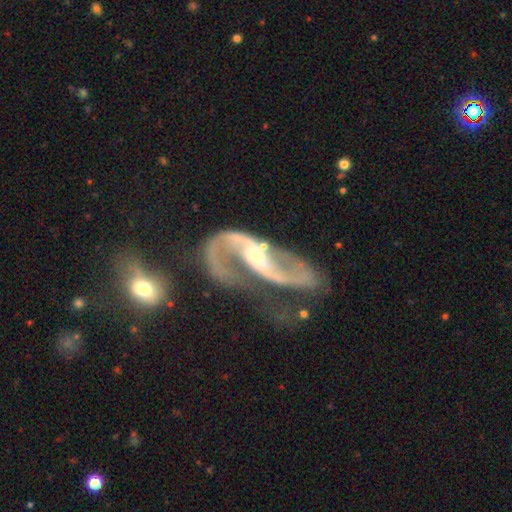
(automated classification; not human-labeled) This is clearly a featured or disk galaxy (91%). It is clearly not viewed edge-on (96%). Bar: marginally no (39%). Spiral arm pattern: clearly yes (95%). Spiral arm count: clearly 2 (86%). Spiral winding: possibly loose (58%). Central bulge: possibly small (59%). Merging: marginally none (37%).